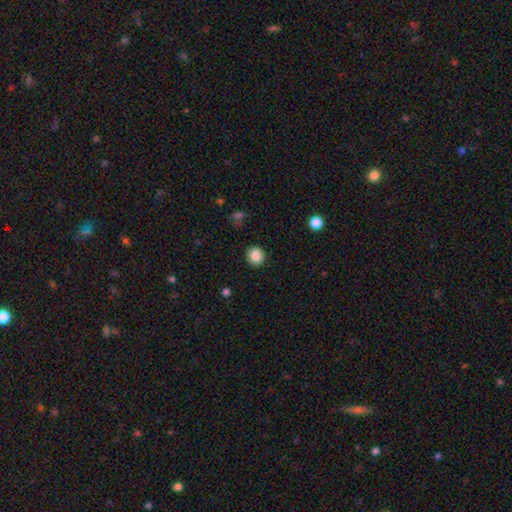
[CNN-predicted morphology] Overall: smooth (86%). How rounded: round (90%). Merging: none (91%).